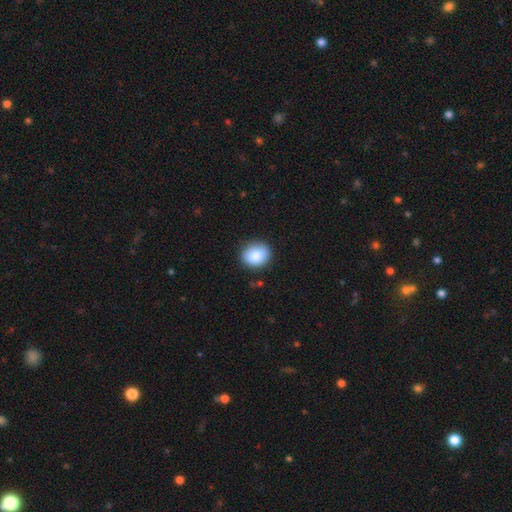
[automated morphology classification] smooth 85%, star or artifact 8%, featured or disk 7%. Down the decision tree: how rounded — round (72%); merging — none (86%).